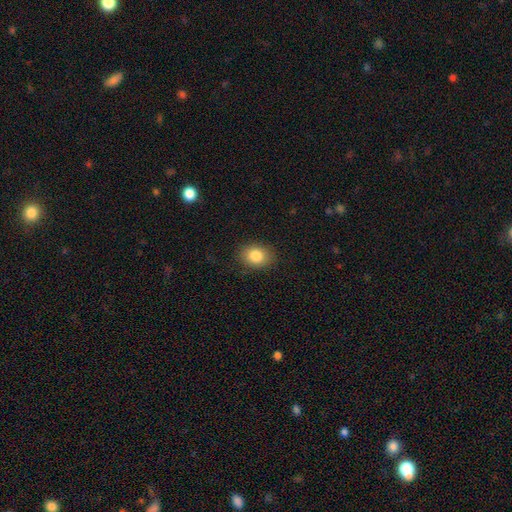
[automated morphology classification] The model was most divided on "how rounded": in between: 63%, round: 36%, cigar-shaped: 1%. More confident: merging — none (87%); smooth or featured — smooth (84%).